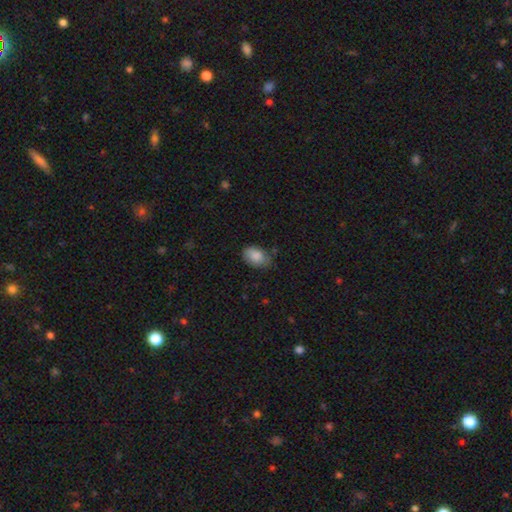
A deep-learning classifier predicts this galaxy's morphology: The model was most divided on "merging": none: 69%, minor disturbance: 24%, major disturbance: 5%, merger: 2%. More confident: how rounded — in between (87%); smooth or featured — smooth (86%).